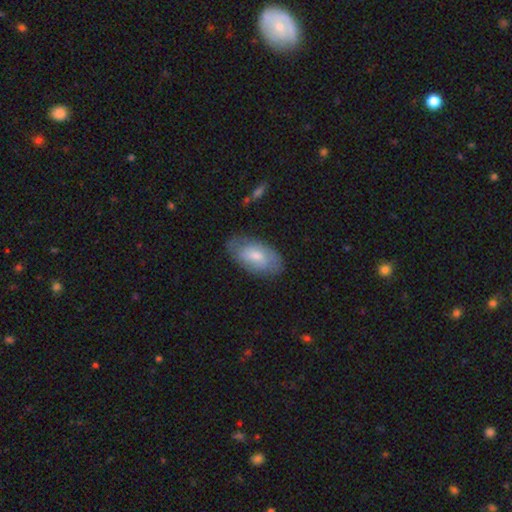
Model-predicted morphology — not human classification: type=smooth (65%); roundness=in between (94%); merging=none (74%).